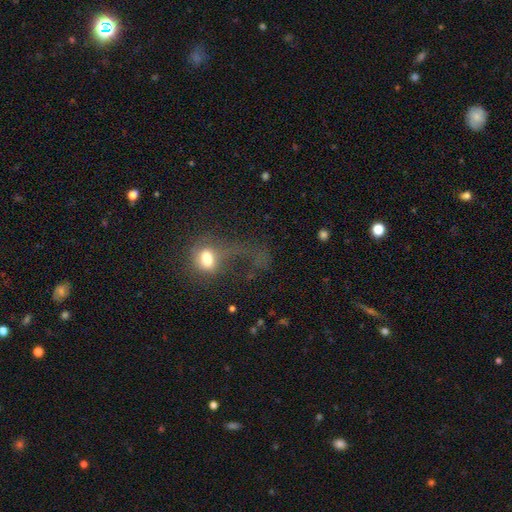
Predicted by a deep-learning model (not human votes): Smooth or featured?
  - smooth: 54% *
  - featured or disk: 25%
  - star or artifact: 21%
How rounded?
  - round: 71% *
  - in between: 26%
  - cigar-shaped: 3%
Merging?
  - major disturbance: 53% *
  - none: 26%
  - minor disturbance: 14%
  - merger: 8%